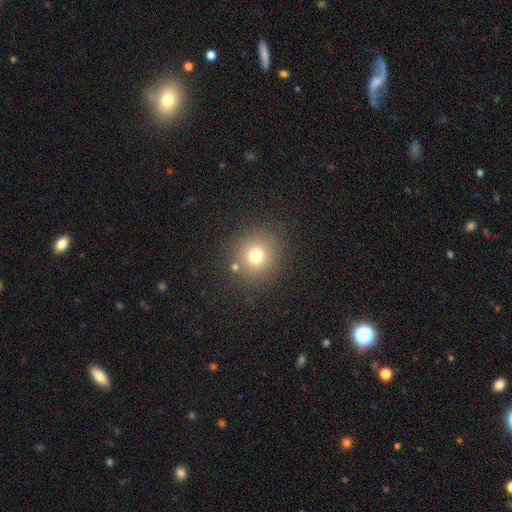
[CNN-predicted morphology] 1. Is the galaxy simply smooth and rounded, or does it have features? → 73% smooth, 17% star or artifact, 11% featured or disk.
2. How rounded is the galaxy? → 90% round, 9% in between, 1% cigar-shaped.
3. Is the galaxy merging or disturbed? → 83% none, 8% minor disturbance, 5% merger, 4% major disturbance.